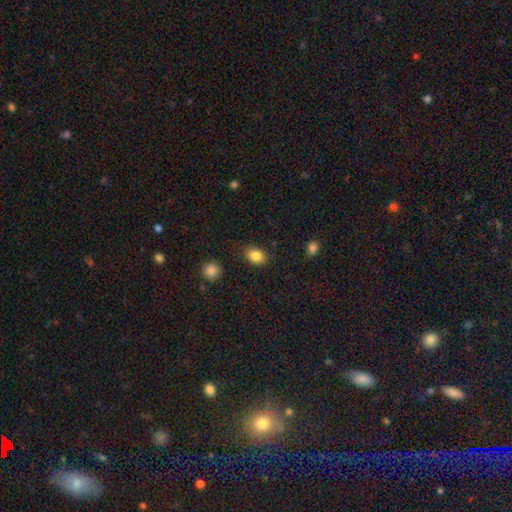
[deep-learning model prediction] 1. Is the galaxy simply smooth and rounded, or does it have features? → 86% smooth, 9% star or artifact, 5% featured or disk.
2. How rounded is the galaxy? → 68% in between, 31% round, 1% cigar-shaped.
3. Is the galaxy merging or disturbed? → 83% none, 12% minor disturbance, 3% major disturbance, 2% merger.